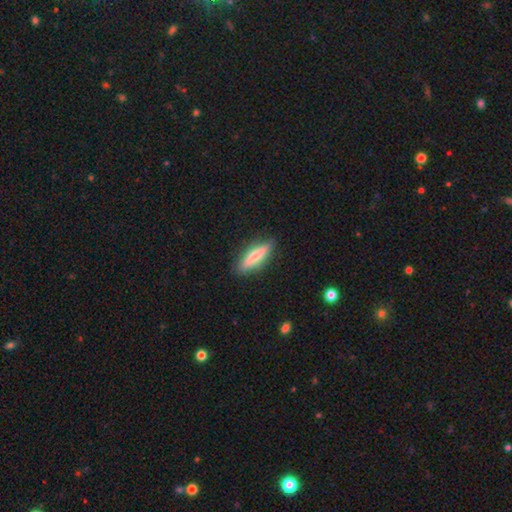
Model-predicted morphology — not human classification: Smooth or featured: smooth — 52% (featured or disk — 42%)
How rounded: cigar-shaped — 78% (in between — 20%)
Merging: none — 88% (minor disturbance — 9%)